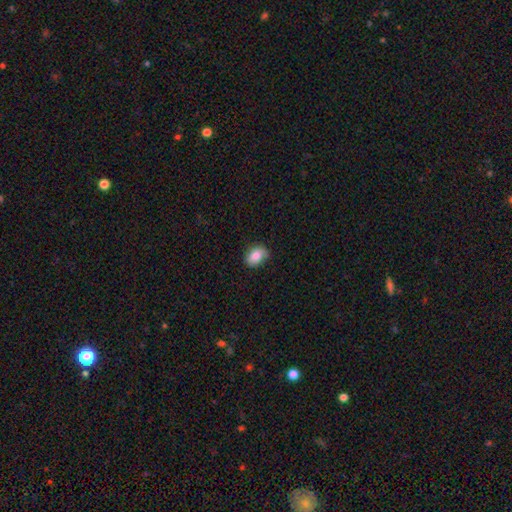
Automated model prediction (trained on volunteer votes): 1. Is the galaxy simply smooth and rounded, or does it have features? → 83% smooth, 8% featured or disk, 8% star or artifact.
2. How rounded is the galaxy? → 72% in between, 26% round, 1% cigar-shaped.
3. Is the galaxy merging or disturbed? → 76% none, 20% minor disturbance, 3% major disturbance, 1% merger.